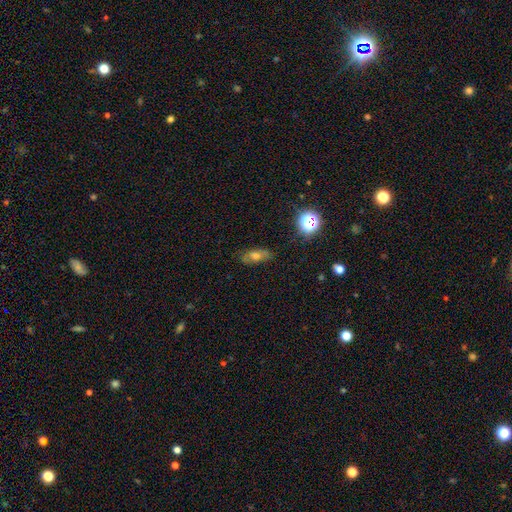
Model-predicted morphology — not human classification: smooth-or-featured: smooth: 53% | featured or disk: 28% | star or artifact: 19%
  how-rounded: in between: 68% | cigar-shaped: 21% | round: 11%
  merging: none: 77% | minor disturbance: 16% | major disturbance: 4% | merger: 2%